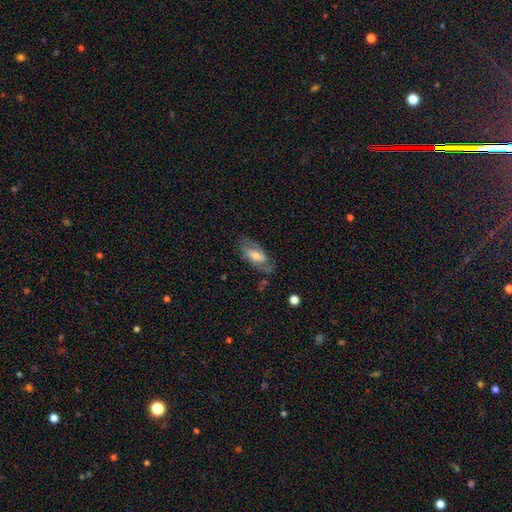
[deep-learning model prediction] Overall: featured or disk (67%). Edge-on disk: no (91%). Bar: weak (44%; no 32%). Spiral arms: yes (85%). Spiral arm count: 2 (76%). Spiral winding: medium (47%; tight 32%). Bulge size: moderate (49%; small 36%). Merging: none (69%).